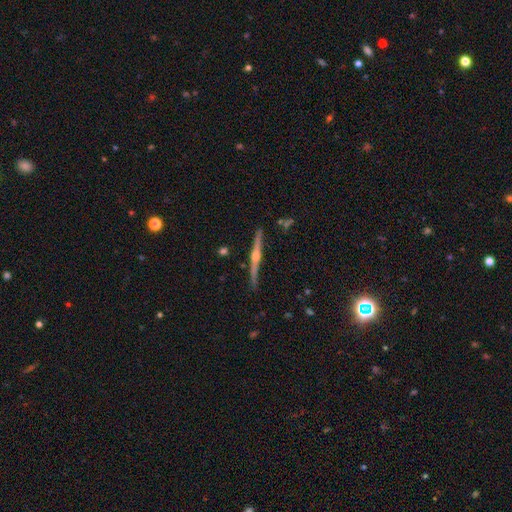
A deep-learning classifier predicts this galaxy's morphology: A featured or disk galaxy (86%) viewed edge-on (99%) with a rounded central bulge (91%).

Vote fractions:
- Smooth or featured? featured or disk: 86% / smooth: 9% / star or artifact: 5%
- Edge-on disk? yes: 99% / no: 1%
- Edge-on bulge? rounded: 91% / boxy: 5% / none: 4%
- Merging? none: 91% / minor disturbance: 6% / merger: 2% / major disturbance: 1%